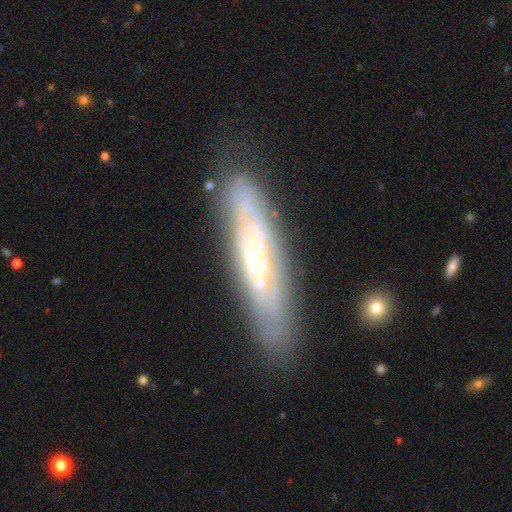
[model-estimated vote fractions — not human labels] The model was most divided on "edge-on disk": no: 58%, yes: 42%. More confident: merging — none (75%); smooth or featured — featured or disk (68%).